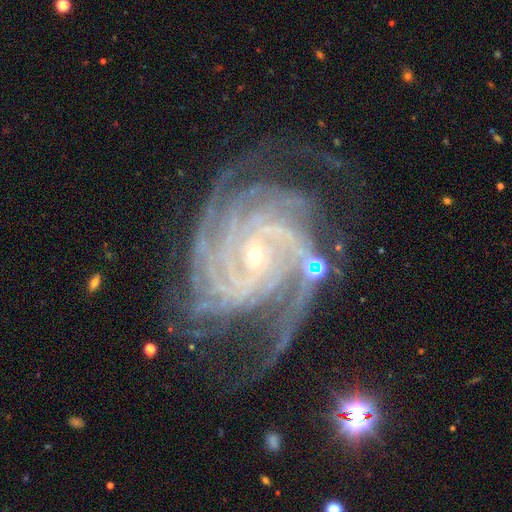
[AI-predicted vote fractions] Smooth or featured? Predicted: featured or disk (p=0.93). Edge-on disk? Predicted: no (p=0.98). Bar? Predicted: no (p=0.54). Spiral arms? Predicted: yes (p=0.99). Spiral winding? Predicted: tight (p=0.73). Spiral arm count? Predicted: 4 (p=0.33). Bulge size? Predicted: small (p=0.84). Merging? Predicted: none (p=0.65).